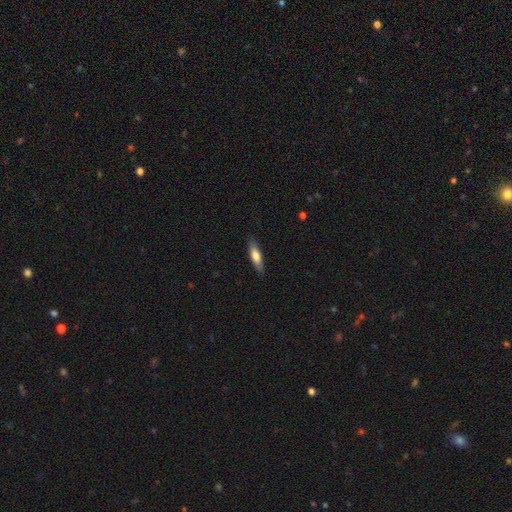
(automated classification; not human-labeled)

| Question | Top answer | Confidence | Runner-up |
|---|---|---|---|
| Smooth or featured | smooth | 70% | featured or disk (24%) |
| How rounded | cigar-shaped | 65% | in between (34%) |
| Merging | none | 86% | minor disturbance (11%) |